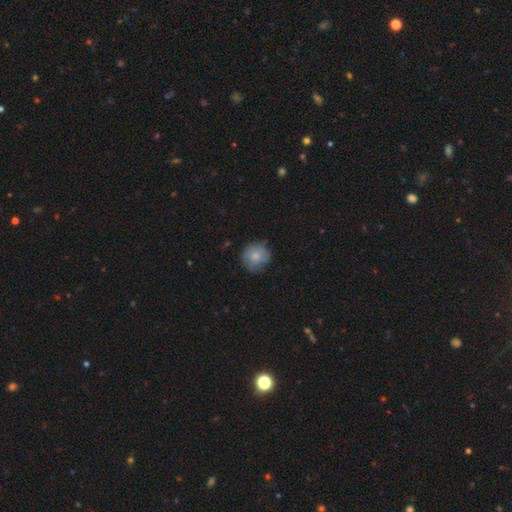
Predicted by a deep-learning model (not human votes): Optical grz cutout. It shows a smooth galaxy with no disk features (76%) that is round (89%). Merging: none (69%).